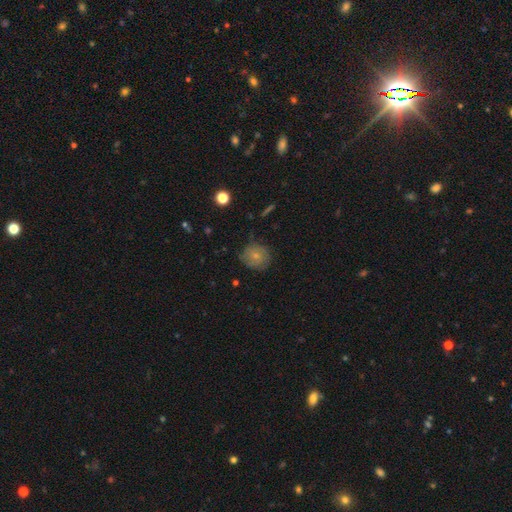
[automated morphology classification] smooth-or-featured: smooth: 69% | featured or disk: 22% | star or artifact: 9%
  how-rounded: round: 87% | in between: 12% | cigar-shaped: 1%
  merging: none: 75% | minor disturbance: 19% | major disturbance: 4% | merger: 1%